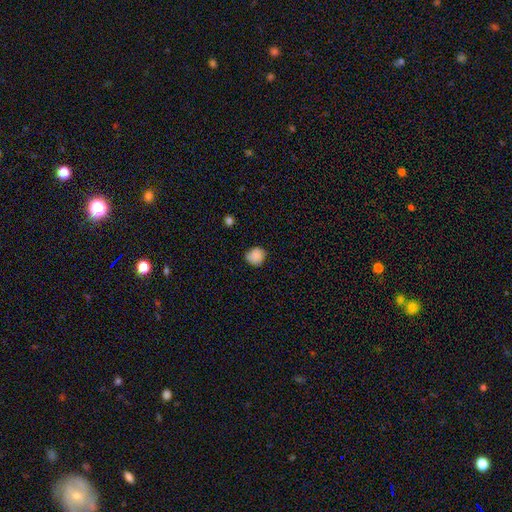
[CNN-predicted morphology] Smooth or featured? smooth (85%)
How rounded? round (83%)
Merging? none (70%)